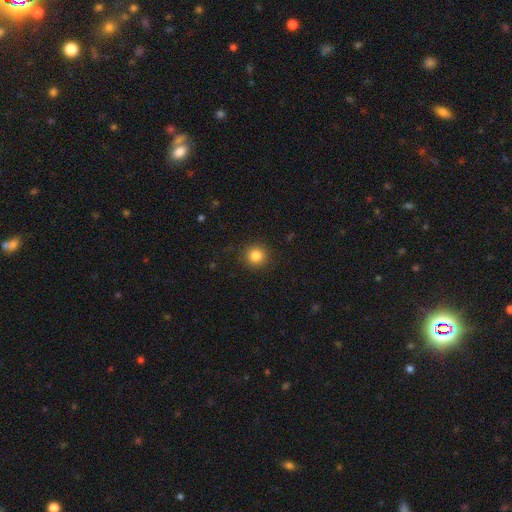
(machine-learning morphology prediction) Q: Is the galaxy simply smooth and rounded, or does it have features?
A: smooth — 84%.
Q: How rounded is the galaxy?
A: round — 93%.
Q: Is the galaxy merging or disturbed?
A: none — 90%.